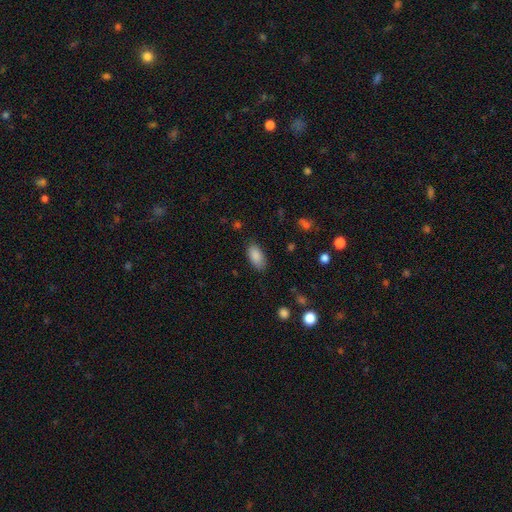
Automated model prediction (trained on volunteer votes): A smooth galaxy with no disk features (88%) that is in between round and cigar-shaped (93%).

Vote fractions:
- Smooth or featured? smooth: 88% / star or artifact: 7% / featured or disk: 5%
- How rounded? in between: 93% / cigar-shaped: 4% / round: 3%
- Merging? none: 83% / minor disturbance: 12% / major disturbance: 3% / merger: 1%